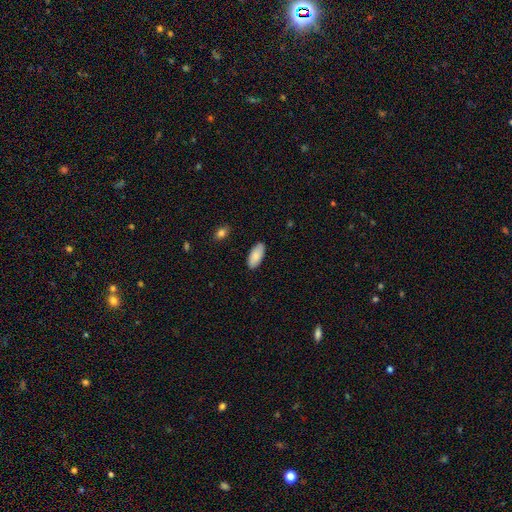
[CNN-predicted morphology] This appears to be a smooth galaxy with no disk features (87%) that is in between round and cigar-shaped (91%). Merging: none (88%).